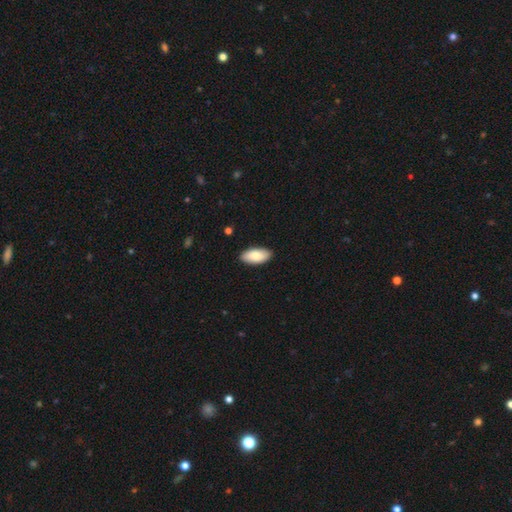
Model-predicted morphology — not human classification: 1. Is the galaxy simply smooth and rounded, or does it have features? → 83% smooth, 12% featured or disk, 6% star or artifact.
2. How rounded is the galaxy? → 92% in between, 6% cigar-shaped, 2% round.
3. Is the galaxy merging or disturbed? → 90% none, 8% minor disturbance, 2% major disturbance, 1% merger.